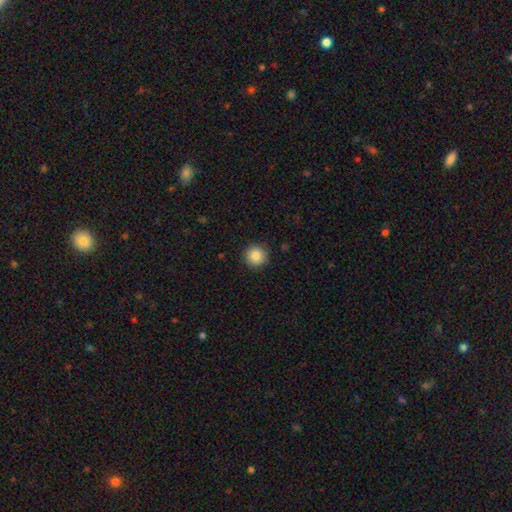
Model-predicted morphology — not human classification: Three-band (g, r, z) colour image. It shows a smooth galaxy with no disk features (86%) that is round (95%). Merging: none (92%).